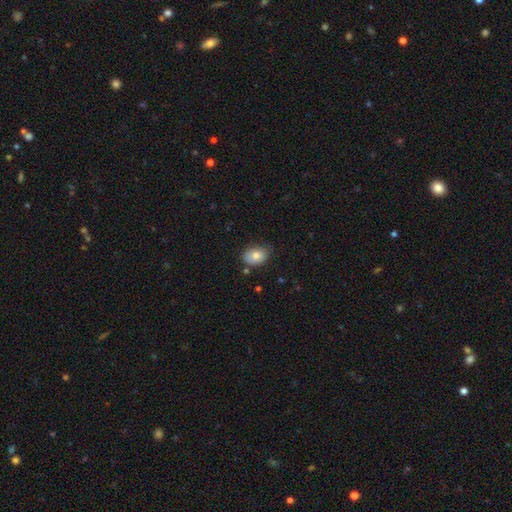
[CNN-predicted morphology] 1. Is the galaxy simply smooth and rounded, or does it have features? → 79% smooth, 12% featured or disk, 8% star or artifact.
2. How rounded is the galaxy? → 74% in between, 25% round, 1% cigar-shaped.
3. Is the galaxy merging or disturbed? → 72% none, 22% minor disturbance, 4% major disturbance, 3% merger.